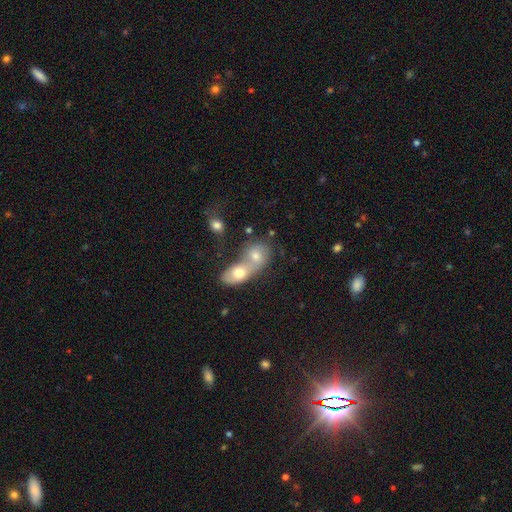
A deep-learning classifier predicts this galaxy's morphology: A smooth galaxy with no disk features (68%) that is in between round and cigar-shaped (58%). Merging: merger (75%).